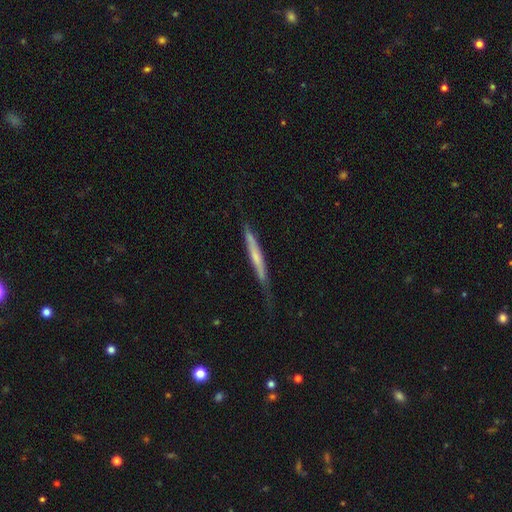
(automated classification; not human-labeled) Smooth or featured?
  - featured or disk: 53% *
  - smooth: 41%
  - star or artifact: 6%
Edge-on disk?
  - yes: 93% *
  - no: 7%
Merging?
  - none: 66% *
  - minor disturbance: 26%
  - major disturbance: 6%
  - merger: 2%